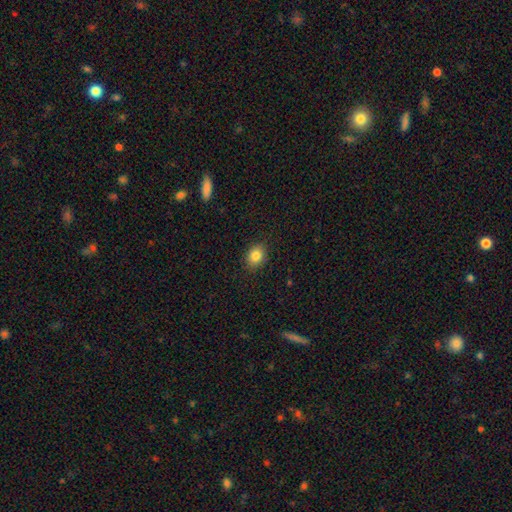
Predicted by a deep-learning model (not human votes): This is clearly a smooth galaxy (84%). How rounded: possibly in between (55%). Merging: clearly none (88%).